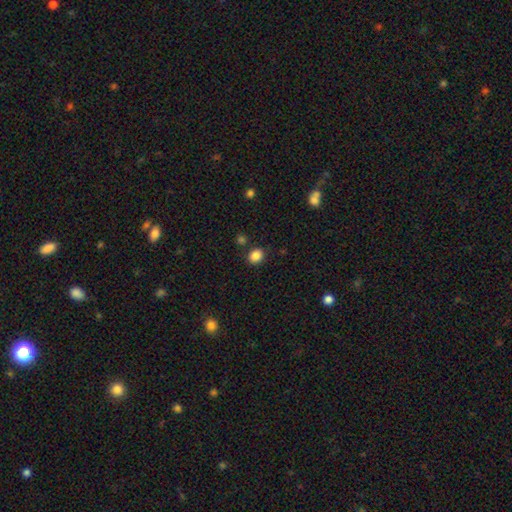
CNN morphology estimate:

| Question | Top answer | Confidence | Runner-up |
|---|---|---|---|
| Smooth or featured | smooth | 86% | star or artifact (11%) |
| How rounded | round | 62% | in between (37%) |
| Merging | none | 83% | minor disturbance (9%) |